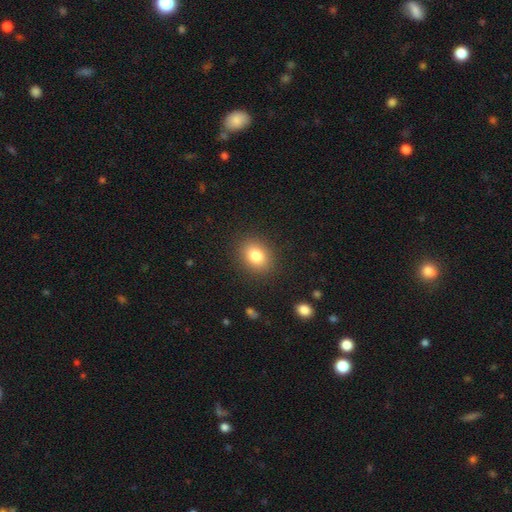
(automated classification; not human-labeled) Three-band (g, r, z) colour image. It shows a smooth galaxy with no disk features (82%) that is in between round and cigar-shaped (55%). Merging: none (88%).